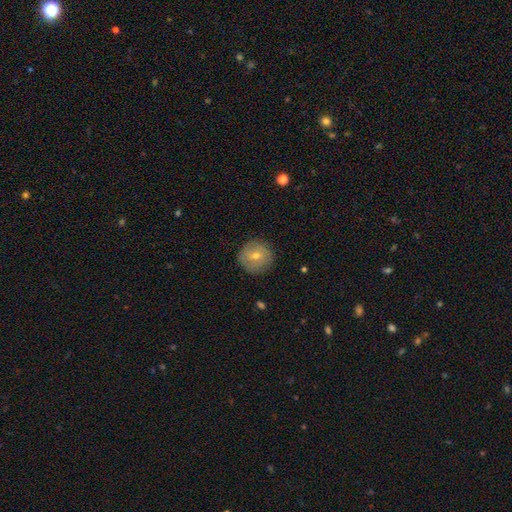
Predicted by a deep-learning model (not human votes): The model was most divided on "smooth or featured": smooth: 55%, featured or disk: 34%, star or artifact: 10%. More confident: how rounded — round (94%); merging — none (87%).